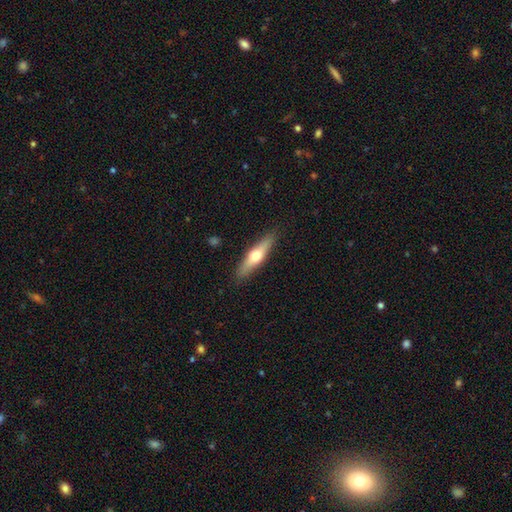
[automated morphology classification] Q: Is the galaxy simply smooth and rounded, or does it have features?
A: featured or disk — 48%.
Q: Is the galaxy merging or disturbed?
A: none — 89%.